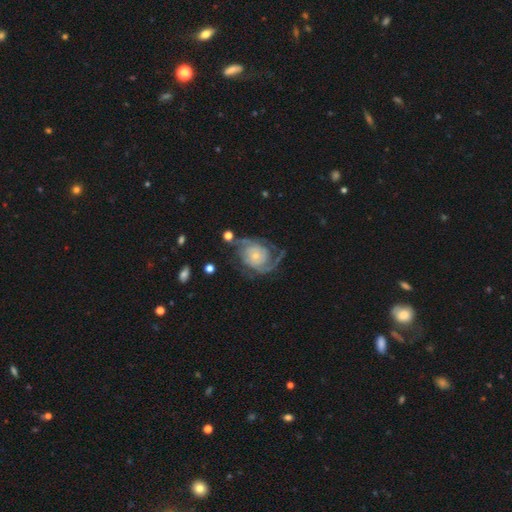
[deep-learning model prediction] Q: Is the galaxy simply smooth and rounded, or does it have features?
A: featured or disk — 88%.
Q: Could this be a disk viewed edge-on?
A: no — 98%.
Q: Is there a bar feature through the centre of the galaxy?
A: no — 74%.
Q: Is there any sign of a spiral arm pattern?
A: yes — 97%.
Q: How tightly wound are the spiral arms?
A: medium — 42%, tied with tight.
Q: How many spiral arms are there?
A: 2 — 68%.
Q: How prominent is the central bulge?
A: small — 75%.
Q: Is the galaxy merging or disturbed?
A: none — 63%.